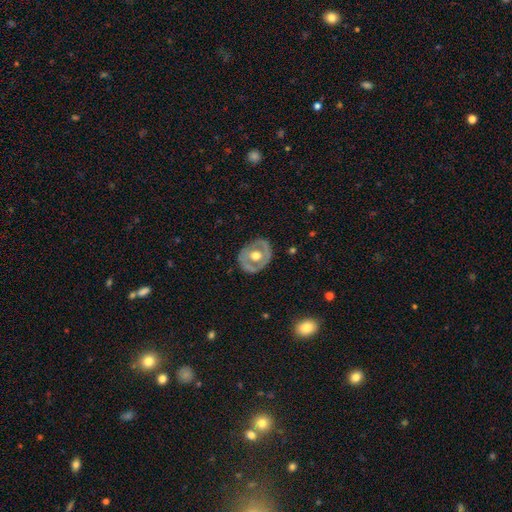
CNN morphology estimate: smooth-or-featured: featured or disk: 61% | smooth: 34% | star or artifact: 5%
  disk-edge-on: no: 94% | yes: 6%
    bar: no: 81% | weak: 14% | strong: 5%
    has-spiral-arms: no: 83% | yes: 17%
    bulge-size: moderate: 62% | large: 32% | small: 4% | dominant: 2% | none: 1%
  merging: none: 80% | minor disturbance: 14% | major disturbance: 5% | merger: 1%